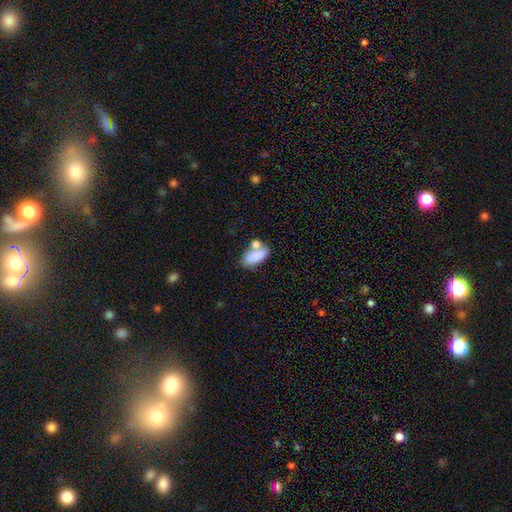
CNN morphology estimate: smooth 82%, featured or disk 11%, star or artifact 7%. Down the decision tree: how rounded — in between (89%); merging — none (52%).